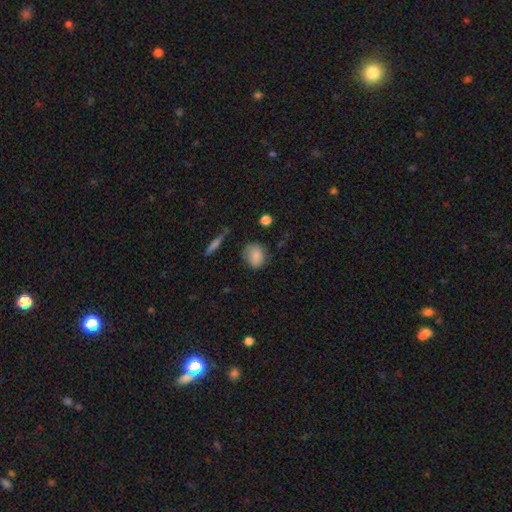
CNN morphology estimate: Overall: smooth (81%). How rounded: round (63%; in between 35%). Merging: none (72%).